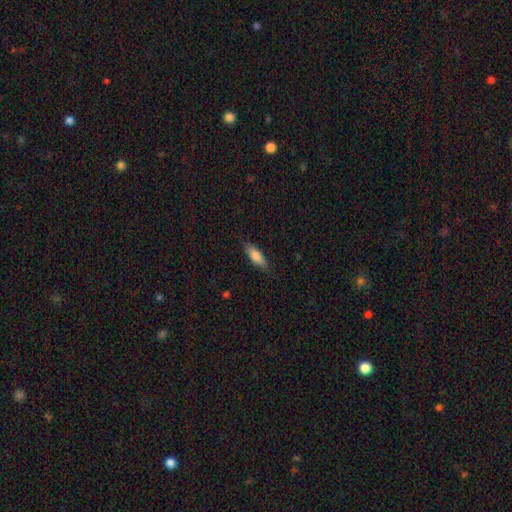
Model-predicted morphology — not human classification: type=smooth (84%); roundness=in between (61%); merging=none (83%).